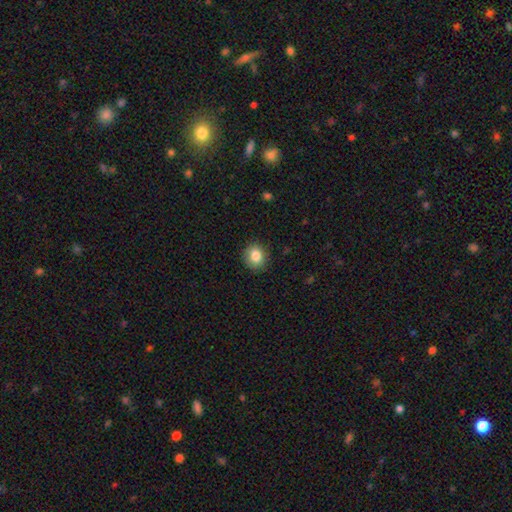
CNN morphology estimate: smooth-or-featured: smooth: 84% | star or artifact: 10% | featured or disk: 7%
  how-rounded: round: 75% | in between: 24% | cigar-shaped: 1%
  merging: none: 88% | minor disturbance: 9% | major disturbance: 2% | merger: 1%